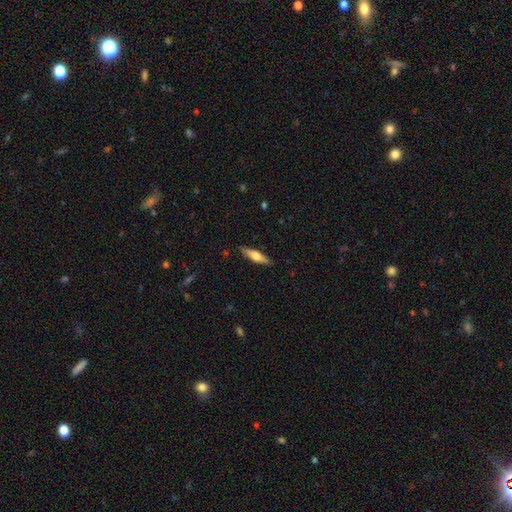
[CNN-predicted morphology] type=smooth (53%); roundness=cigar-shaped (72%); merging=none (87%).